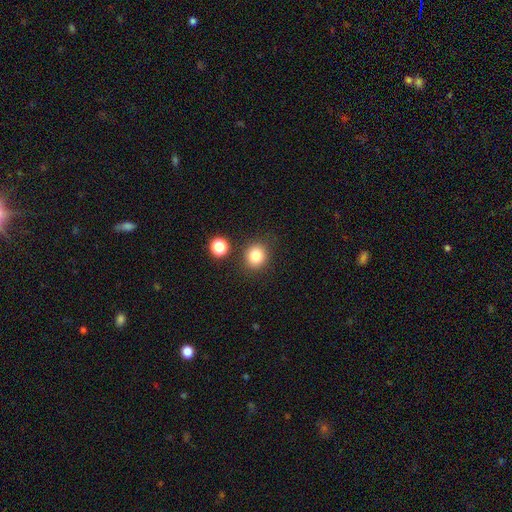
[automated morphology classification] smooth-or-featured: smooth: 82% | star or artifact: 12% | featured or disk: 6%
  how-rounded: round: 80% | in between: 19% | cigar-shaped: 1%
  merging: none: 82% | minor disturbance: 9% | merger: 5% | major disturbance: 3%